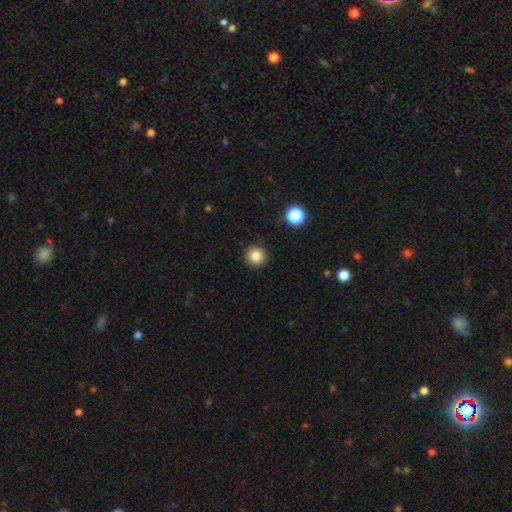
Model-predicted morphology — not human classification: Q: Smooth or featured?
A: smooth (84%); runner-up: star or artifact (11%)
Q: How rounded?
A: round (94%); runner-up: in between (5%)
Q: Merging?
A: none (90%); runner-up: minor disturbance (7%)